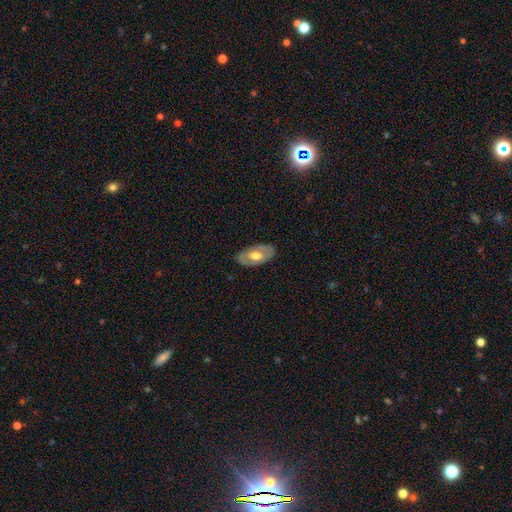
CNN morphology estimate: Smooth or featured?
  - featured or disk: 49% *
  - smooth: 45%
  - star or artifact: 5%
Merging?
  - none: 82% *
  - minor disturbance: 14%
  - major disturbance: 3%
  - merger: 1%